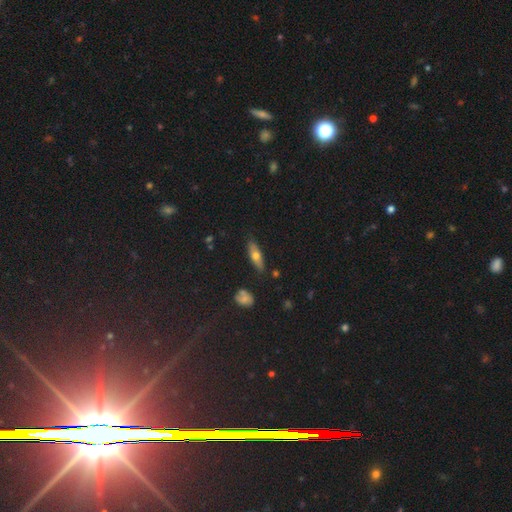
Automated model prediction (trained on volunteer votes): A smooth galaxy with no disk features (56%) that is in between round and cigar-shaped (49%). Merging: none (81%).